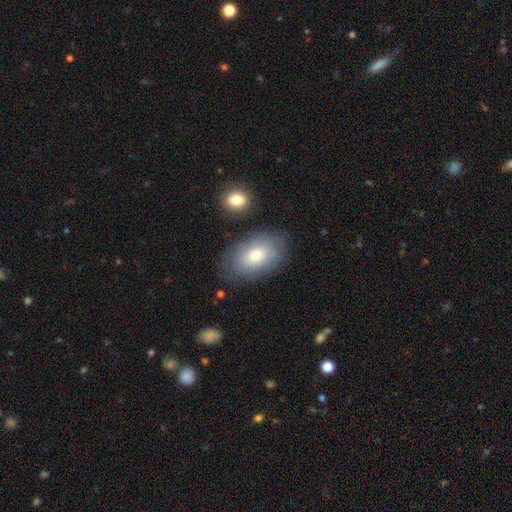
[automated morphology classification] Smooth or featured? Predicted: smooth (p=0.66). How rounded? Predicted: in between (p=0.90). Merging? Predicted: none (p=0.75).